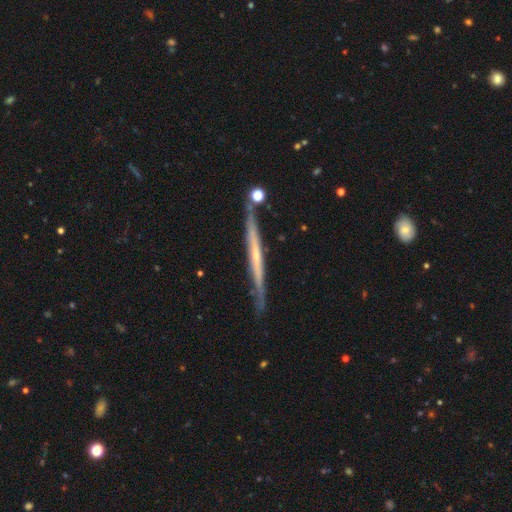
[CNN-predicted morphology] Smooth or featured? featured or disk (71%)
Edge-on disk? yes (95%)
Edge-on bulge? none (71%)
Merging? none (82%)